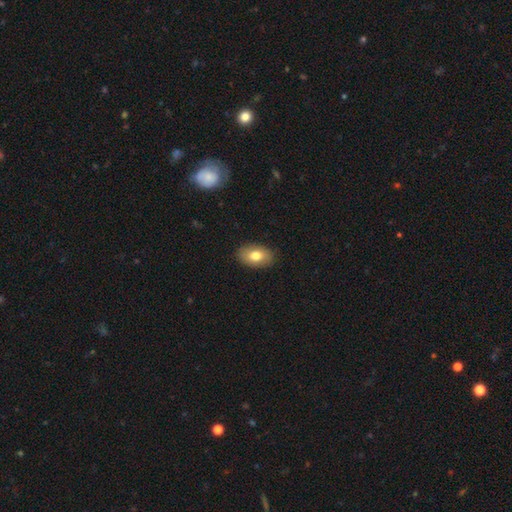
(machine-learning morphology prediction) A smooth galaxy with no disk features (77%) that is in between round and cigar-shaped (88%). Merging: none (88%).